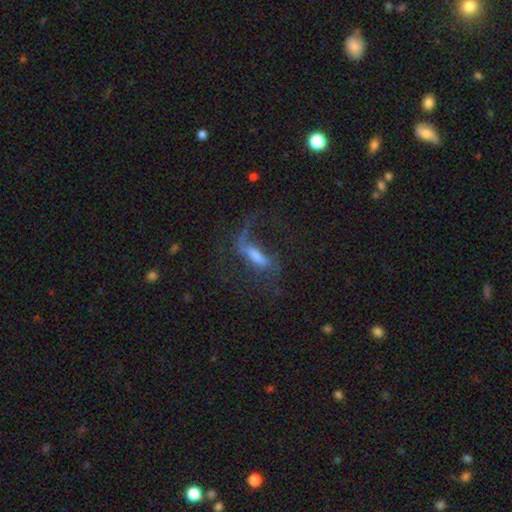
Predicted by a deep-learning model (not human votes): smooth_or_featured: featured or disk (p=0.61) [alt: smooth p=0.28]
disk_edge_on: no (p=0.72) [alt: yes p=0.28]
merging: none (p=0.42) [alt: major disturbance p=0.39]